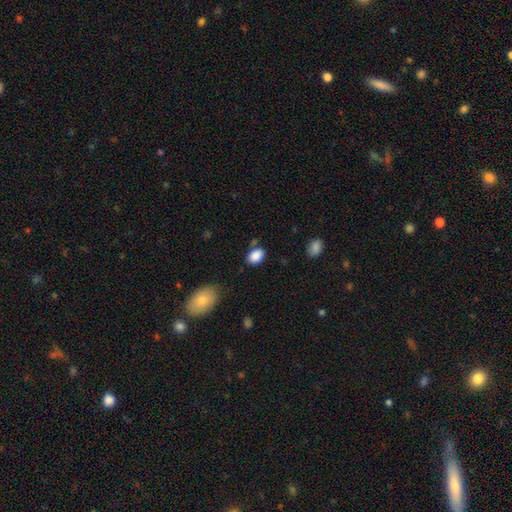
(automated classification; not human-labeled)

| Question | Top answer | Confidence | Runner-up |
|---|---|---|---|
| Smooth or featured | smooth | 88% | star or artifact (8%) |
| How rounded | in between | 84% | round (15%) |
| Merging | none | 73% | minor disturbance (17%) |